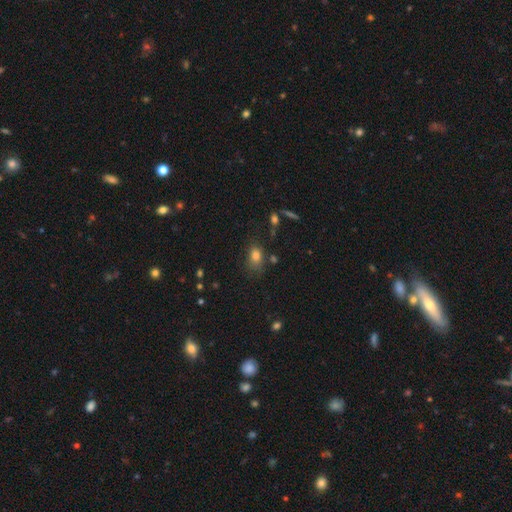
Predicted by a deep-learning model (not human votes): A smooth galaxy with no disk features (80%) that is in between round and cigar-shaped (79%). Merging: none (65%).